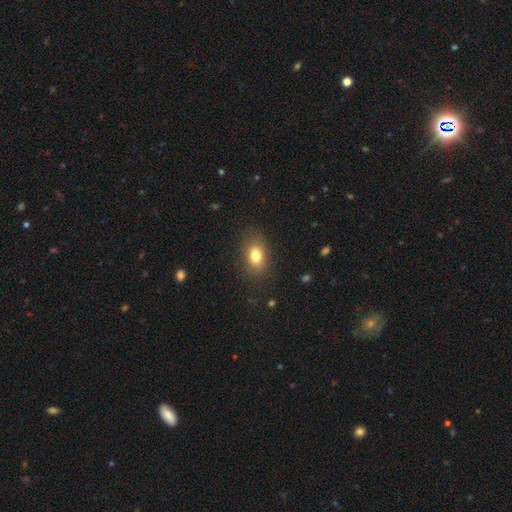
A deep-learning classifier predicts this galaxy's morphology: A smooth galaxy with no disk features (80%) that is in between round and cigar-shaped (80%). Merging: none (84%).